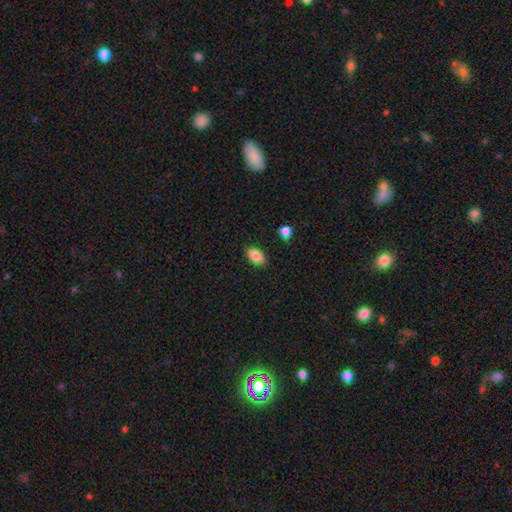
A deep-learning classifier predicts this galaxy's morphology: Smooth or featured? Predicted: smooth (p=0.86). How rounded? Predicted: in between (p=0.92). Merging? Predicted: none (p=0.88).